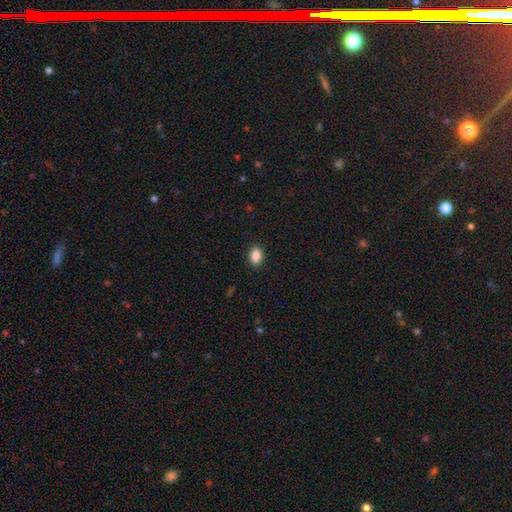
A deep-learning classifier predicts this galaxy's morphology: A smooth galaxy with no disk features (88%) that is in between round and cigar-shaped (78%). Merging: none (90%).